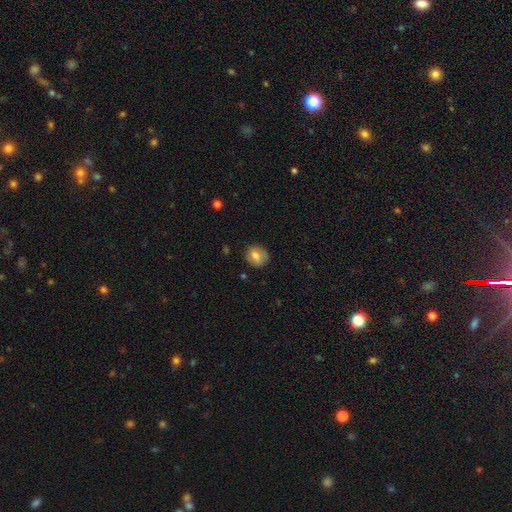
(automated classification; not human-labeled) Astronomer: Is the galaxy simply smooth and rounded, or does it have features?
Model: smooth — 74%.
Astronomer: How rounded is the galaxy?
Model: round — 71%.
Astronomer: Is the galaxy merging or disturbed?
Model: none — 79%.